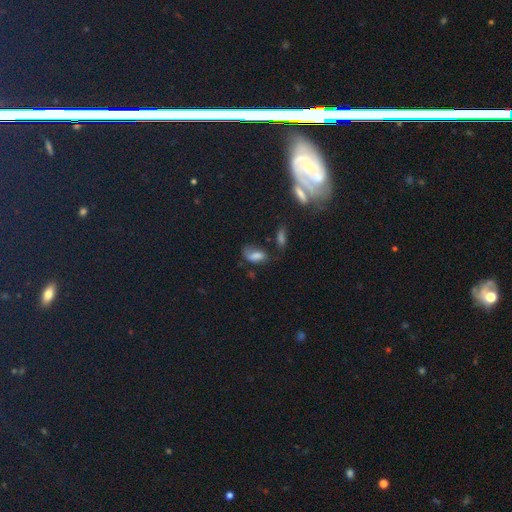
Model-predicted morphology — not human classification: This appears to be a smooth galaxy with no disk features (71%) that is in between round and cigar-shaped (87%). Merging: none (42%).